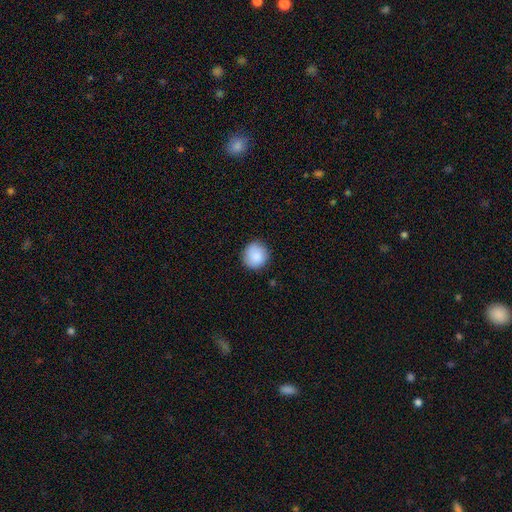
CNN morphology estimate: This is clearly a smooth galaxy (88%). How rounded: clearly round (93%). Merging: clearly none (88%).